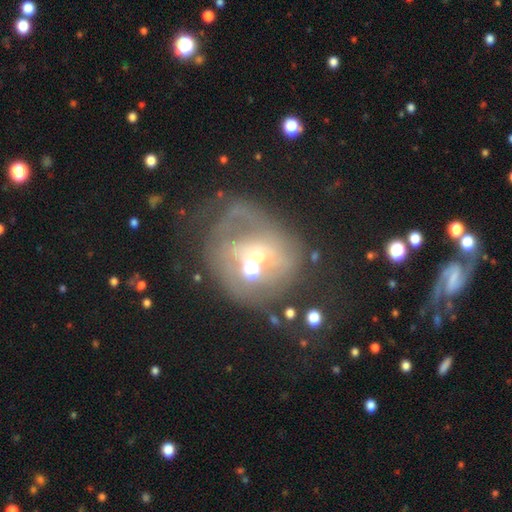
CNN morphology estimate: A featured or disk galaxy (53%) with no bar (75%), no spiral arms (67%) and a moderate central bulge (53%).

Vote fractions:
- Smooth or featured? featured or disk: 53% / smooth: 31% / star or artifact: 16%
- Edge-on disk? no: 96% / yes: 4%
- Bar? no: 75% / weak: 18% / strong: 7%
- Spiral arms? no: 67% / yes: 33%
- Bulge size? moderate: 53% / small: 30% / large: 9% / none: 5% / dominant: 3%
- Merging? major disturbance: 30% / none: 28% / merger: 26% / minor disturbance: 16%